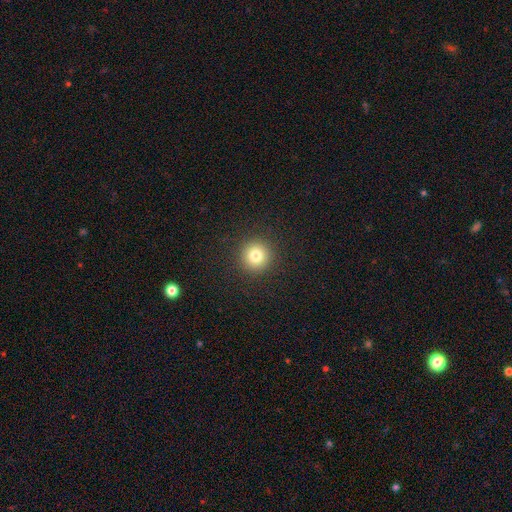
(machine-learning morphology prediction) Smooth or featured? Predicted: smooth (p=0.80). How rounded? Predicted: round (p=0.95). Merging? Predicted: none (p=0.92).